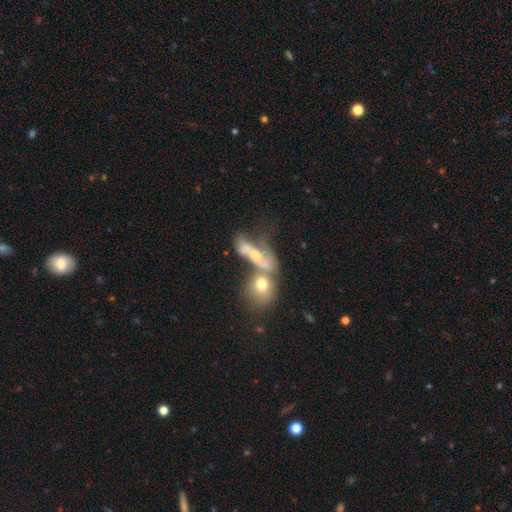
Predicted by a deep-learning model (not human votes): Morphology: type=featured or disk (51%); edge-on=no (81%); merging=merger (56%).